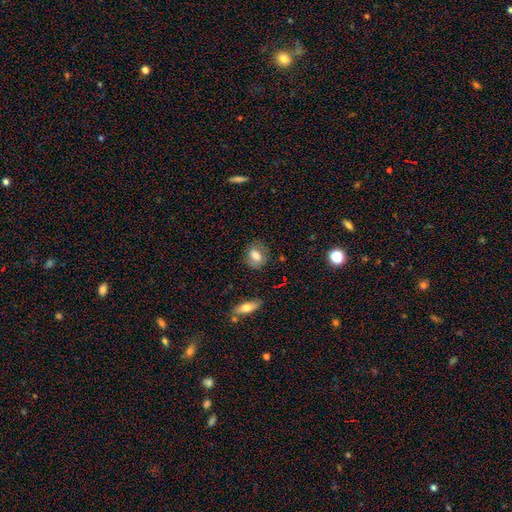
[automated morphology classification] Overall: smooth (69%). How rounded: in between (65%; round 32%). Merging: none (72%).